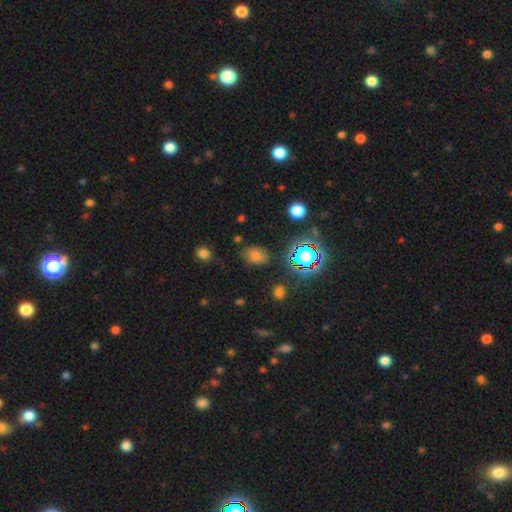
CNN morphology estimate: A smooth galaxy with no disk features (61%) that is in between round and cigar-shaped (68%).

Vote fractions:
- Smooth or featured? smooth: 61% / star or artifact: 29% / featured or disk: 10%
- How rounded? in between: 68% / round: 30% / cigar-shaped: 2%
- Merging? none: 77% / minor disturbance: 15% / major disturbance: 5% / merger: 3%